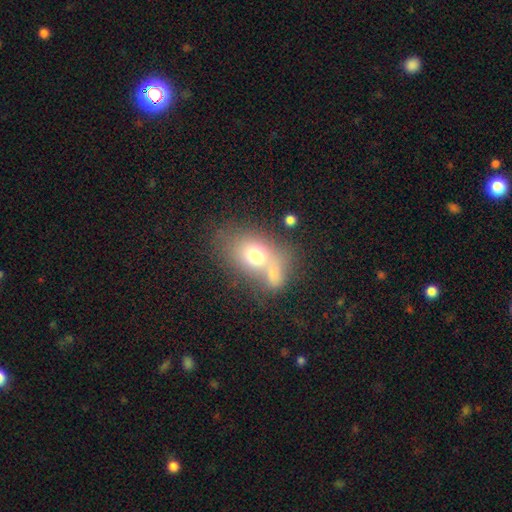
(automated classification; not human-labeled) The model was most divided on "merging": merger: 42%, none: 33%, minor disturbance: 14%, major disturbance: 11%. More confident: smooth or featured — smooth (69%); how rounded — in between (68%).